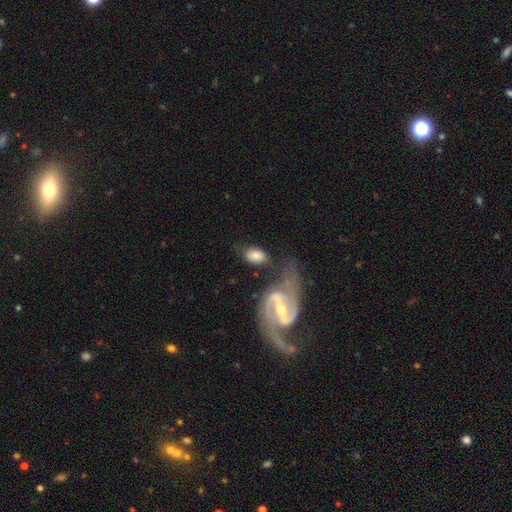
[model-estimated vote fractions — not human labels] Overall: smooth (56%; featured or disk 37%). How rounded: in between (85%). Merging: none (50%; minor disturbance 20%).